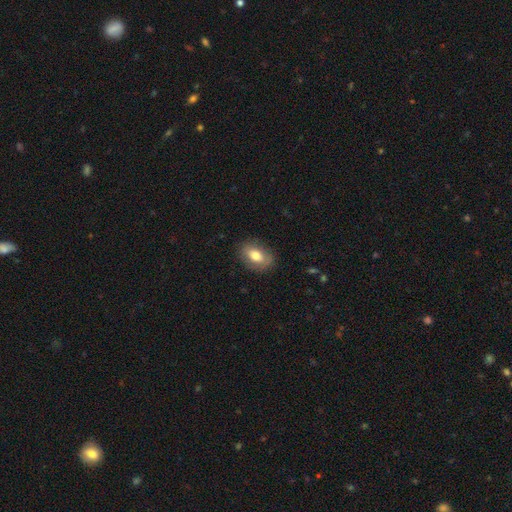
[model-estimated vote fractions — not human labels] smooth_or_featured: smooth (p=0.74) [alt: featured or disk p=0.18]
how_rounded: in between (p=0.84) [alt: round p=0.14]
merging: none (p=0.84) [alt: minor disturbance p=0.12]